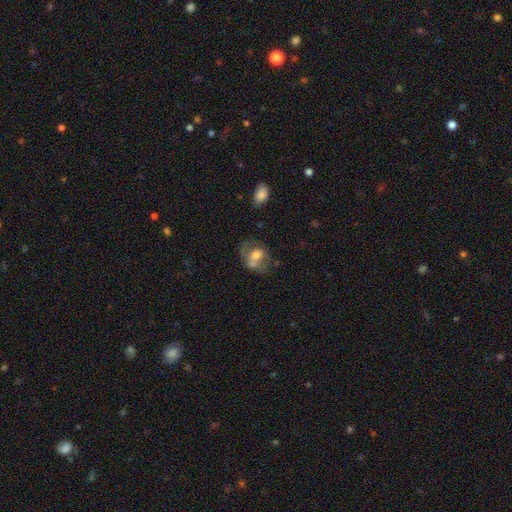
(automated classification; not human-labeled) This appears to be a smooth galaxy with no disk features (52%) that is in between round and cigar-shaped (52%). Merging: none (39%).